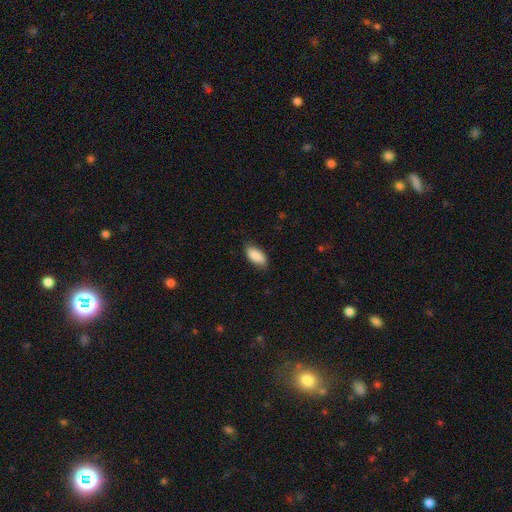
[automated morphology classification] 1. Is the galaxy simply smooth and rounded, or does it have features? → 89% smooth, 6% star or artifact, 5% featured or disk.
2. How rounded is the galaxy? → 89% in between, 9% cigar-shaped, 2% round.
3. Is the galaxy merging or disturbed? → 80% none, 16% minor disturbance, 3% major disturbance, 1% merger.